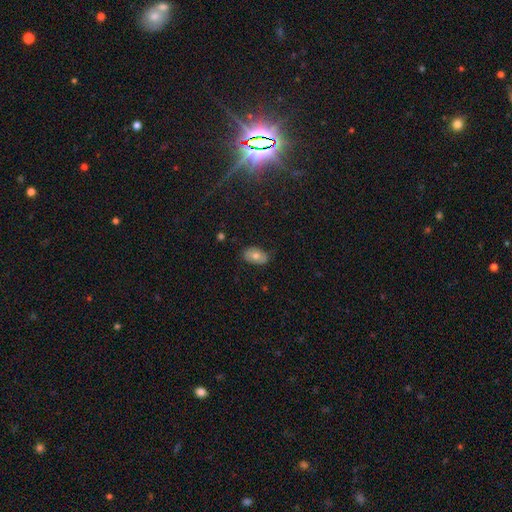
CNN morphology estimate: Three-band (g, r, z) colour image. It shows a smooth galaxy with no disk features (67%) that is in between round and cigar-shaped (88%). Merging: none (77%).